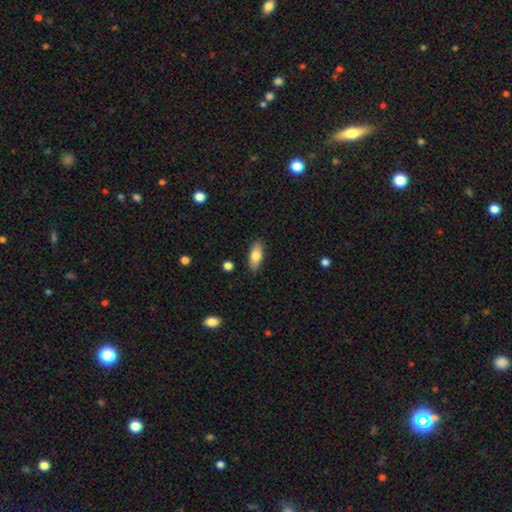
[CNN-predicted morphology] Smooth or featured? Predicted: smooth (p=0.76). How rounded? Predicted: in between (p=0.77). Merging? Predicted: none (p=0.86).